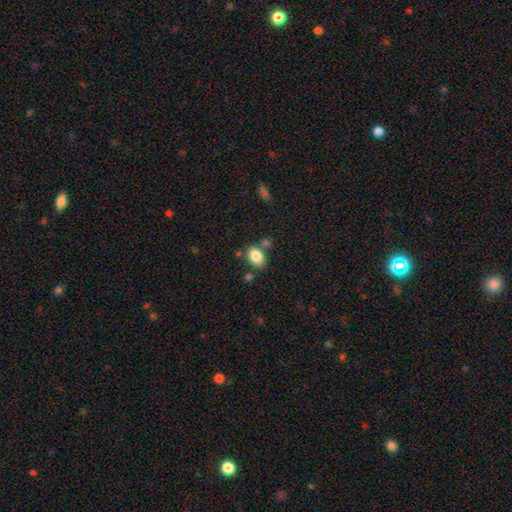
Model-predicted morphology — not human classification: A smooth galaxy with no disk features (85%) that is in between round and cigar-shaped (75%). Merging: none (70%).